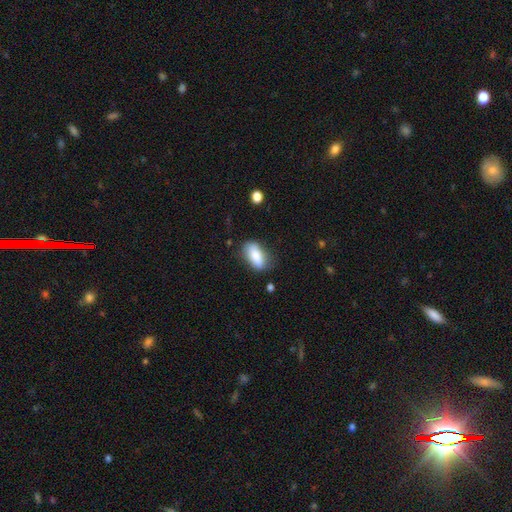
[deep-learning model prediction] Q: Smooth or featured?
A: smooth (82%); runner-up: featured or disk (11%)
Q: How rounded?
A: in between (82%); runner-up: cigar-shaped (14%)
Q: Merging?
A: none (71%); runner-up: minor disturbance (21%)